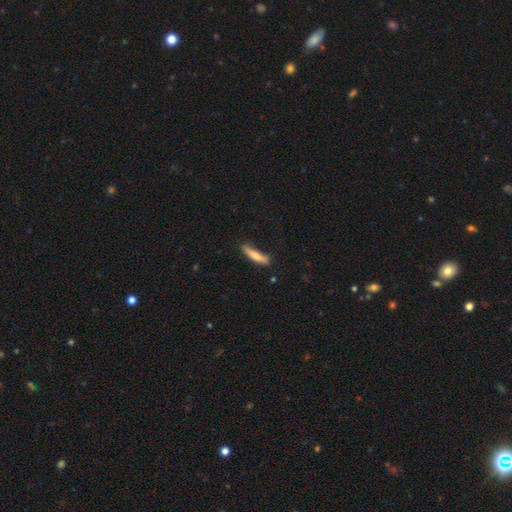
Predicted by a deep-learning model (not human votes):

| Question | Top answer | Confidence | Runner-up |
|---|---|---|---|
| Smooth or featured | smooth | 73% | featured or disk (21%) |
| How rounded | cigar-shaped | 85% | in between (13%) |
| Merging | none | 75% | minor disturbance (19%) |